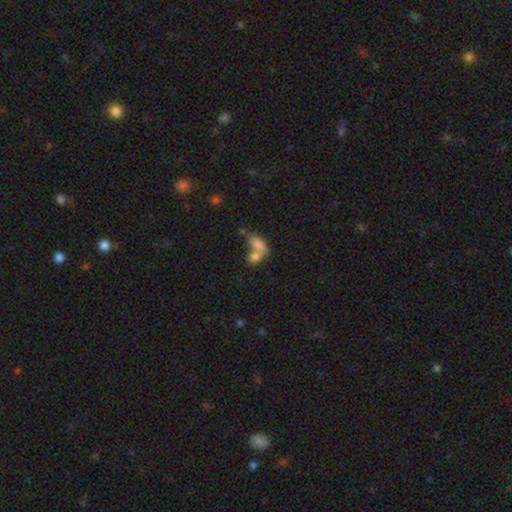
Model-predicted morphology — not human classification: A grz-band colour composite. It shows a smooth galaxy with no disk features (77%) that is in between round and cigar-shaped (82%). Merging: merger (70%).